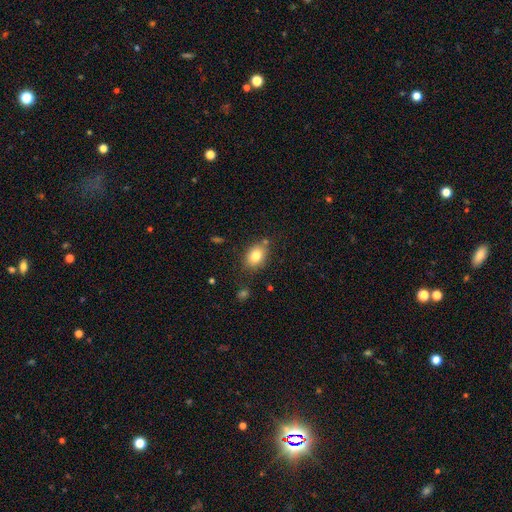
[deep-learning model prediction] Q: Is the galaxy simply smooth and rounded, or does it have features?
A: smooth — 80%.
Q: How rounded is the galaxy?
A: in between — 76%.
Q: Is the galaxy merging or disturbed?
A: none — 77%.